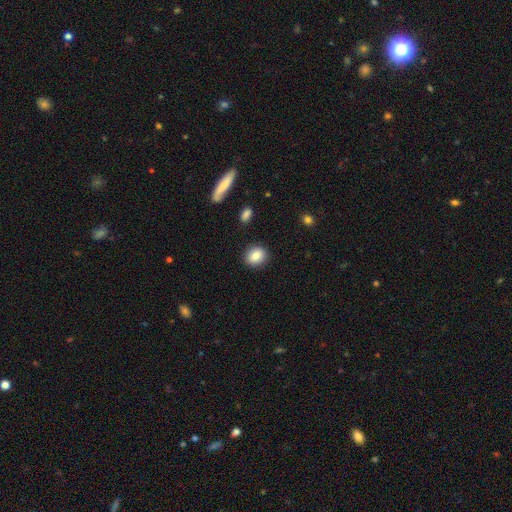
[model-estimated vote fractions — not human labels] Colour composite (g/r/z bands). It shows a smooth galaxy with no disk features (84%) that is round (71%). Merging: none (90%).